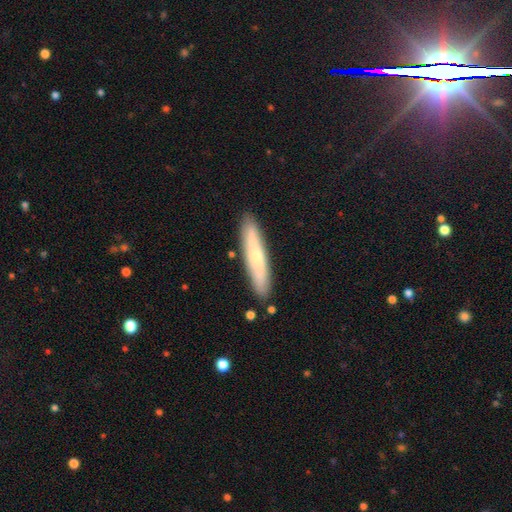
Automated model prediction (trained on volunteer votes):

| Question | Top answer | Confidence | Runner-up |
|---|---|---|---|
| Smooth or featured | smooth | 57% | featured or disk (37%) |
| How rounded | cigar-shaped | 89% | in between (9%) |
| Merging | none | 87% | minor disturbance (9%) |